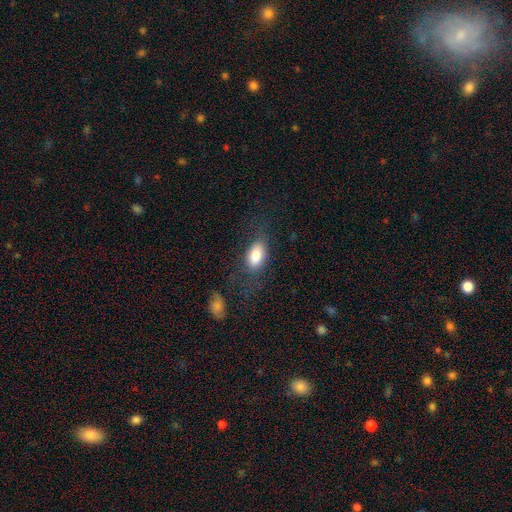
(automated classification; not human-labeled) Overall: smooth (83%). How rounded: in between (91%). Merging: none (61%).